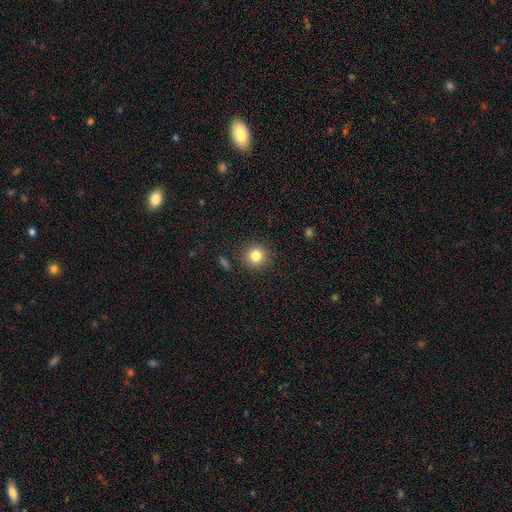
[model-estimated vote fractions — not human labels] smooth-or-featured: smooth: 83% | star or artifact: 11% | featured or disk: 6%
  how-rounded: round: 92% | in between: 7% | cigar-shaped: 1%
  merging: none: 89% | minor disturbance: 7% | major disturbance: 2% | merger: 2%